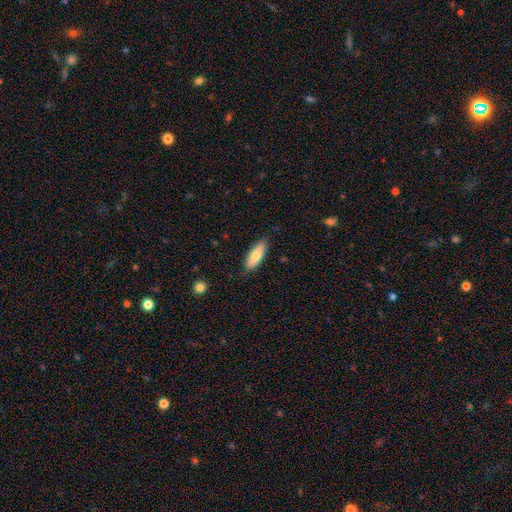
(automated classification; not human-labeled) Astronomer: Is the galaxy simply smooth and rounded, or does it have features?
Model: smooth — 77%.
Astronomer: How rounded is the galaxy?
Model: in between — 64%.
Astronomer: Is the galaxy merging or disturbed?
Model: none — 86%.